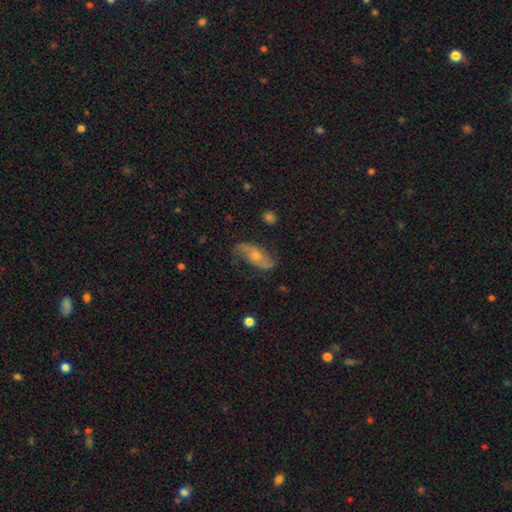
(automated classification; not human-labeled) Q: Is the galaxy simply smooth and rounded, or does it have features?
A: featured or disk — 76%.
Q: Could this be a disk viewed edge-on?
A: no — 92%.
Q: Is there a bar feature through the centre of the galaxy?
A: no — 66%.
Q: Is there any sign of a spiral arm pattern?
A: yes — 93%.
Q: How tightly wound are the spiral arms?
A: loose — 58%.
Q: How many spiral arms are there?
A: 2 — 90%.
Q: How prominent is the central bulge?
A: moderate — 55%.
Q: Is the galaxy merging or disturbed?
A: none — 77%.